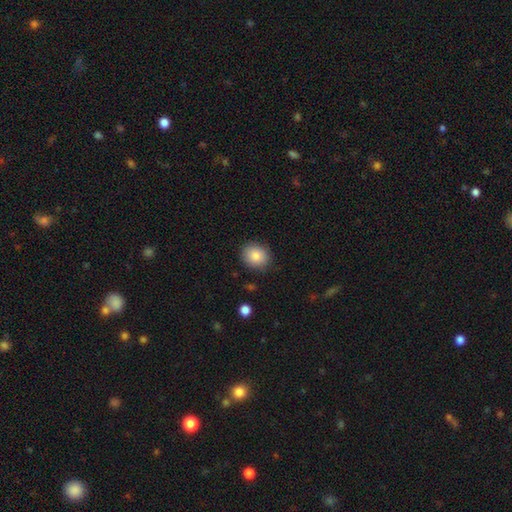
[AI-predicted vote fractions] This appears to be a smooth galaxy with no disk features (84%) that is round (69%). Merging: none (86%).